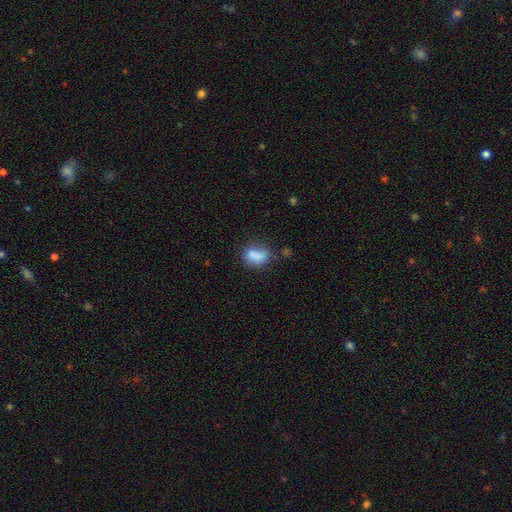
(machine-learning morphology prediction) smooth-or-featured: smooth: 80% | featured or disk: 10% | star or artifact: 10%
  how-rounded: in between: 79% | round: 16% | cigar-shaped: 6%
  merging: none: 52% | minor disturbance: 27% | major disturbance: 12% | merger: 9%